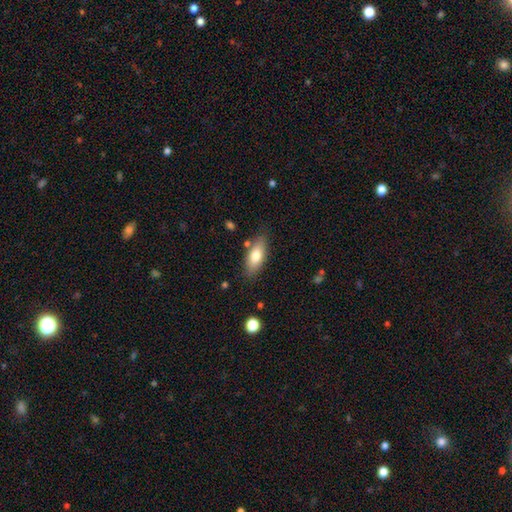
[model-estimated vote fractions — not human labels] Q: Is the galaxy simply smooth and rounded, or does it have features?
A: smooth — 74%.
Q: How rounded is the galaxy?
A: in between — 79%.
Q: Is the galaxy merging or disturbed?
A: none — 80%.